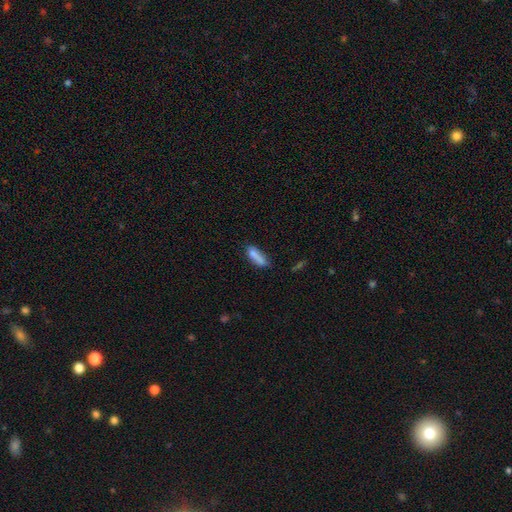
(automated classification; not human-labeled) This appears to be a smooth galaxy with no disk features (78%) that is cigar-shaped (51%). Merging: none (54%).